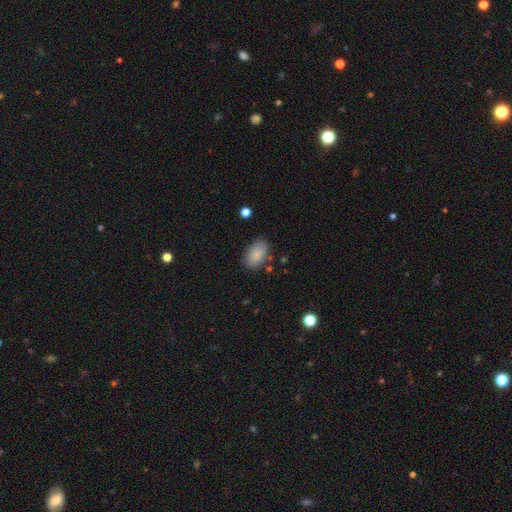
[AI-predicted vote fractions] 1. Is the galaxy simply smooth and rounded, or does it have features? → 85% smooth, 8% featured or disk, 7% star or artifact.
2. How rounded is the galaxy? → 90% in between, 9% round, 1% cigar-shaped.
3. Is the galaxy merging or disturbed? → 78% none, 15% minor disturbance, 4% major disturbance, 3% merger.